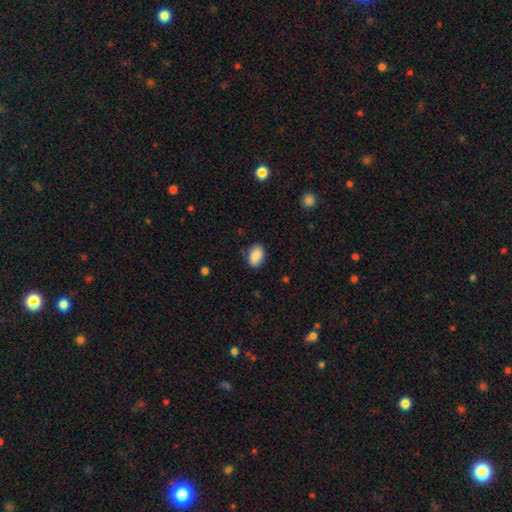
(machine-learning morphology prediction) smooth 86%, star or artifact 7%, featured or disk 7%. Down the decision tree: how rounded — in between (83%); merging — none (83%).